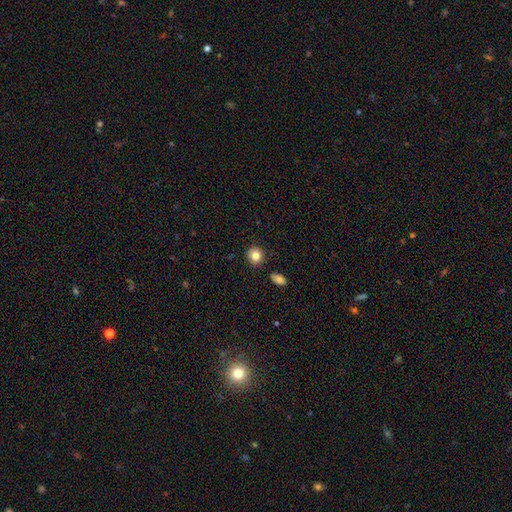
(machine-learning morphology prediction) smooth_or_featured: smooth (p=0.83) [alt: star or artifact p=0.10]
how_rounded: round (p=0.84) [alt: in between p=0.15]
merging: none (p=0.88) [alt: minor disturbance p=0.07]